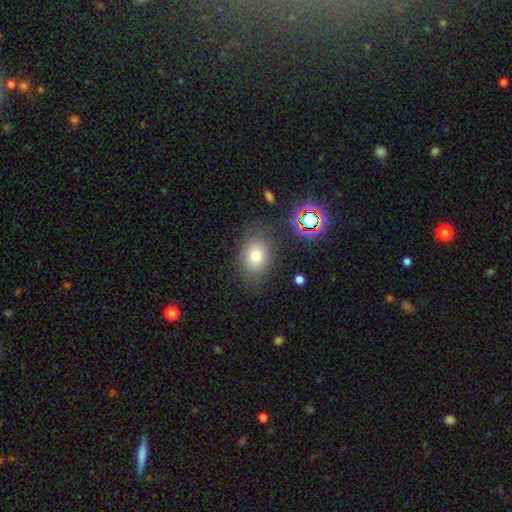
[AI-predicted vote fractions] smooth 75%, star or artifact 14%, featured or disk 11%. Down the decision tree: how rounded — in between (64%); merging — none (78%).